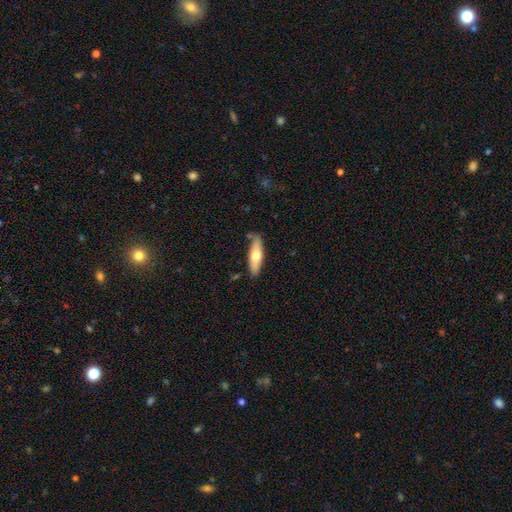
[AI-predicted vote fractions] Smooth or featured: smooth — 60% (featured or disk — 34%)
How rounded: cigar-shaped — 53% (in between — 45%)
Merging: none — 81% (minor disturbance — 13%)